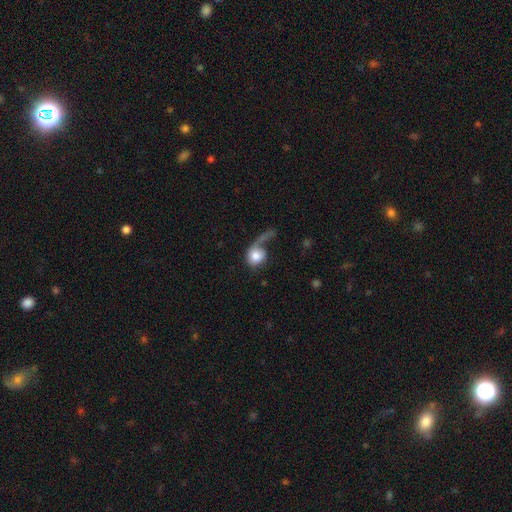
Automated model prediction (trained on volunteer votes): Smooth or featured? smooth (65%)
How rounded? round (71%)
Merging? major disturbance (51%)